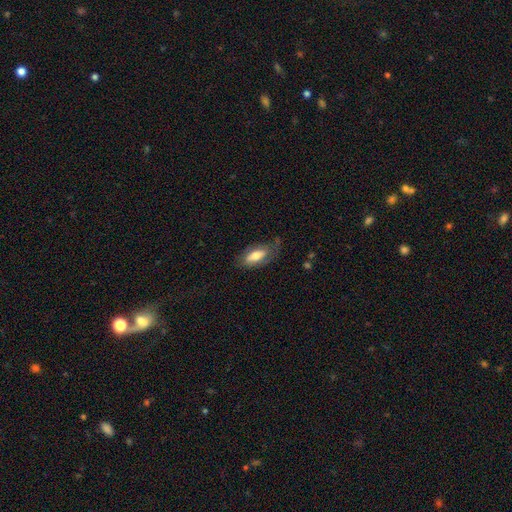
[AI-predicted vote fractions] This appears to be a smooth galaxy with no disk features (64%) that is in between round and cigar-shaped (82%). Merging: none (63%).